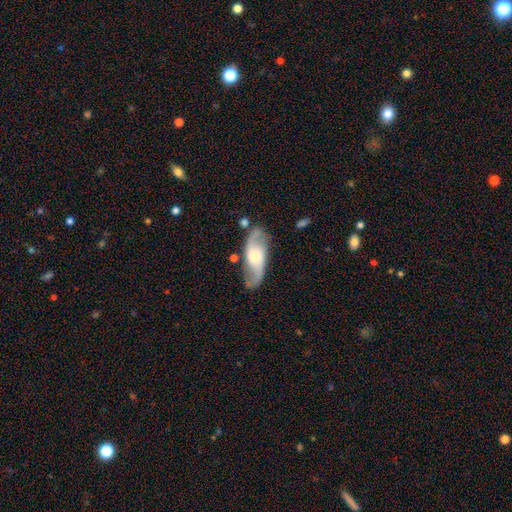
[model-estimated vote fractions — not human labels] Morphology: type=featured or disk (79%); edge-on=no (92%); bar=no (44%); spiral arms=yes (95%); winding=loose (53%); arm count=2 (91%); bulge=moderate (45%); merging=none (79%).